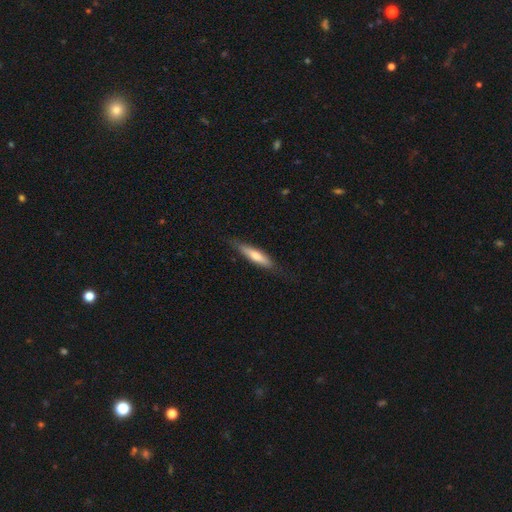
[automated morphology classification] smooth_or_featured: smooth (p=0.59) [alt: featured or disk p=0.35]
how_rounded: cigar-shaped (p=0.84) [alt: in between p=0.15]
merging: none (p=0.80) [alt: minor disturbance p=0.16]